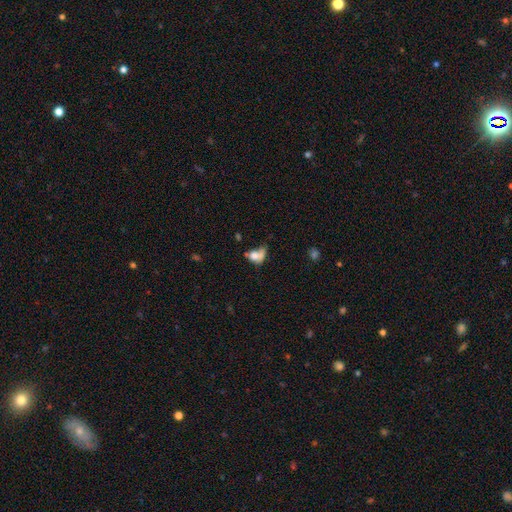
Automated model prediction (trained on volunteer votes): A smooth galaxy with no disk features (64%) that is in between round and cigar-shaped (69%). Merging: major disturbance (33%).